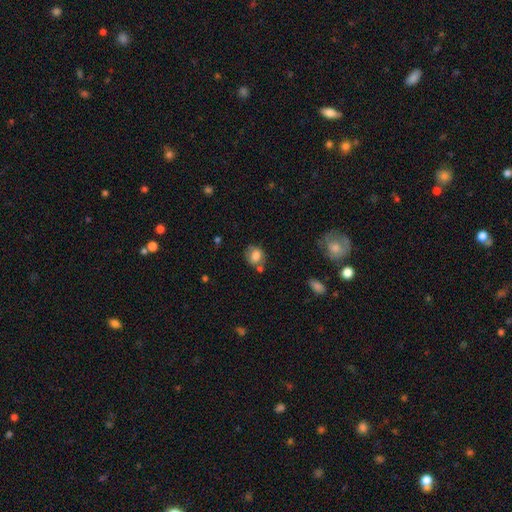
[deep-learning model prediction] Morphology: type=smooth (76%); roundness=round (64%); merging=none (61%).